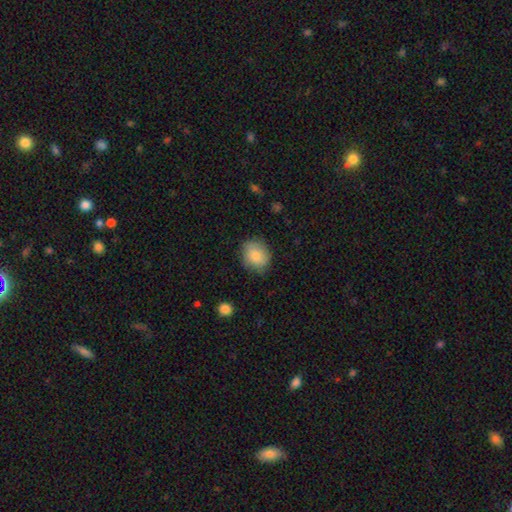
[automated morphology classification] Smooth or featured?
  - smooth: 83% *
  - featured or disk: 9%
  - star or artifact: 7%
How rounded?
  - round: 61% *
  - in between: 38%
  - cigar-shaped: 1%
Merging?
  - none: 77% *
  - minor disturbance: 18%
  - major disturbance: 4%
  - merger: 1%